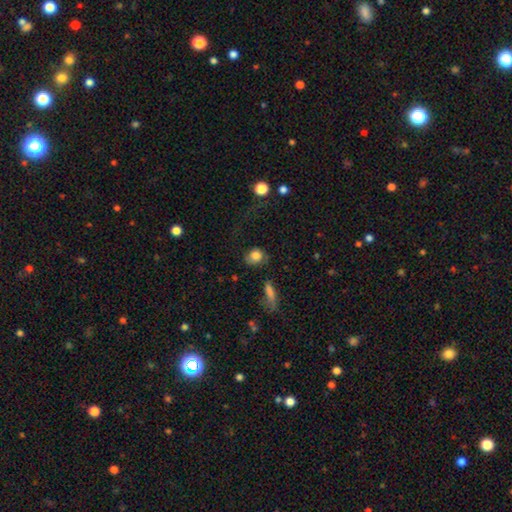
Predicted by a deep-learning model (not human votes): Smooth or featured? smooth (78%)
How rounded? round (70%)
Merging? none (59%)